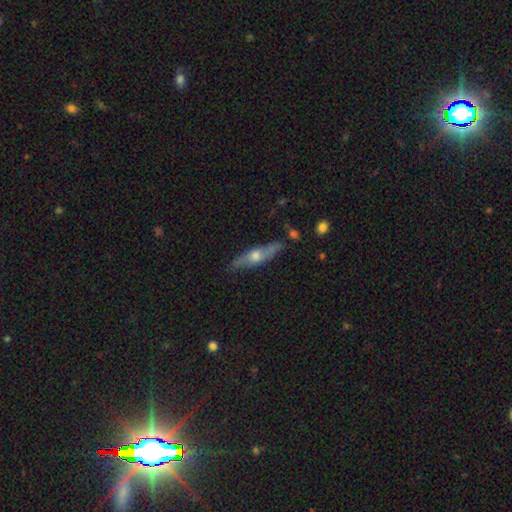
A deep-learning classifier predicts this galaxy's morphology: A featured or disk galaxy (63%) viewed edge-on (82%) with a rounded central bulge (90%).

Vote fractions:
- Smooth or featured? featured or disk: 63% / smooth: 30% / star or artifact: 7%
- Edge-on disk? yes: 82% / no: 18%
- Edge-on bulge? rounded: 90% / none: 7% / boxy: 3%
- Merging? none: 82% / minor disturbance: 13% / major disturbance: 3% / merger: 2%